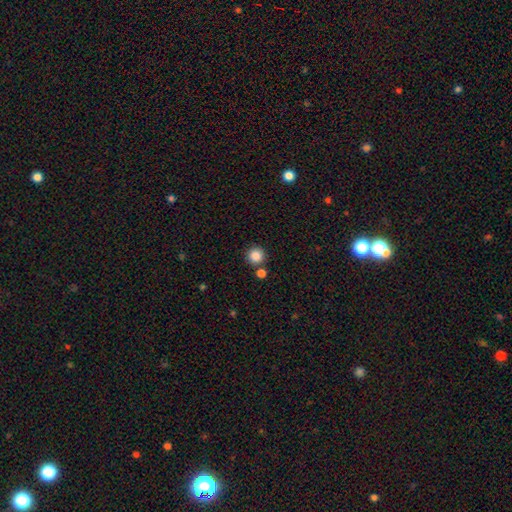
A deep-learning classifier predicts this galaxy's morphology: smooth-or-featured: smooth: 86% | star or artifact: 10% | featured or disk: 4%
  how-rounded: round: 95% | in between: 4% | cigar-shaped: 1%
  merging: none: 82% | merger: 9% | minor disturbance: 7% | major disturbance: 2%